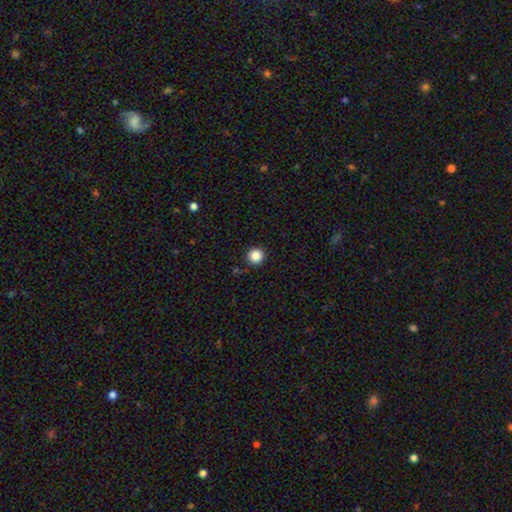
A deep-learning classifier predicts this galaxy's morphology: Smooth or featured?
  - smooth: 87% *
  - star or artifact: 11%
  - featured or disk: 3%
How rounded?
  - round: 95% *
  - in between: 4%
  - cigar-shaped: 1%
Merging?
  - none: 92% *
  - minor disturbance: 5%
  - major disturbance: 2%
  - merger: 1%